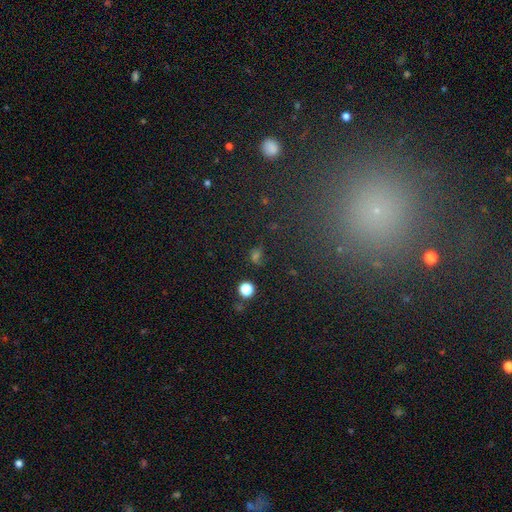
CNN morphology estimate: Q: Smooth or featured?
A: smooth (56%); runner-up: star or artifact (33%)
Q: How rounded?
A: round (57%); runner-up: in between (40%)
Q: Merging?
A: none (73%); runner-up: minor disturbance (14%)